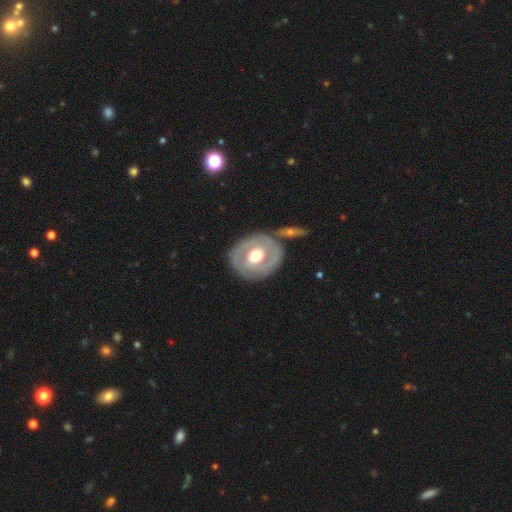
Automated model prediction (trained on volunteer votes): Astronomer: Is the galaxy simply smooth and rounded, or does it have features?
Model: featured or disk — 61%.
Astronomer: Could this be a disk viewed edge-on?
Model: no — 94%.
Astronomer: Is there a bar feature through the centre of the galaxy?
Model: no — 65%.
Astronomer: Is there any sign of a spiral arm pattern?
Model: no — 66%.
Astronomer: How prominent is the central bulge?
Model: moderate — 69%.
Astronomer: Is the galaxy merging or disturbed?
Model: none — 73%.